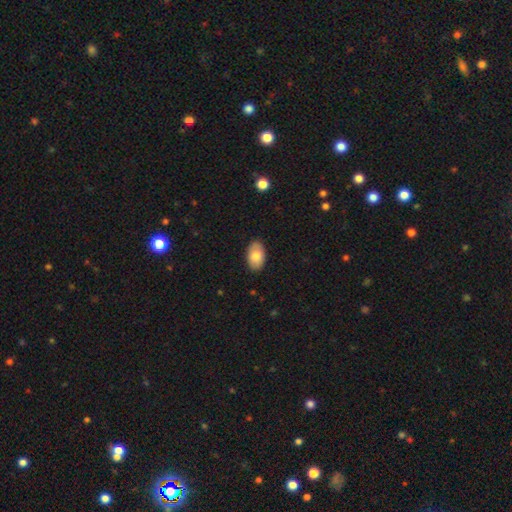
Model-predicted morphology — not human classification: This is likely a smooth galaxy (79%). How rounded: clearly in between (93%). Merging: clearly none (87%).